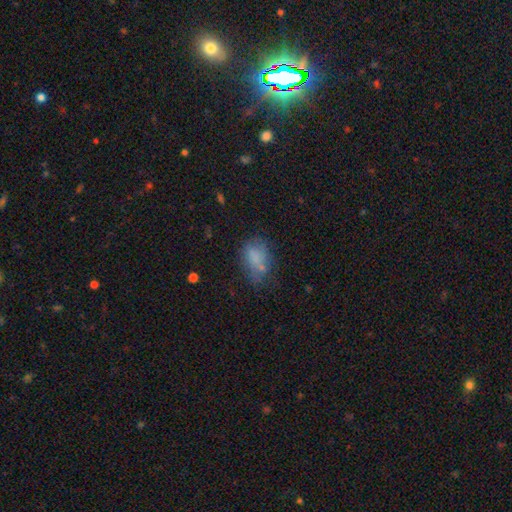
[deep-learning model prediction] Smooth or featured: smooth — 70% (featured or disk — 17%)
How rounded: in between — 77% (round — 21%)
Merging: none — 48% (minor disturbance — 27%)